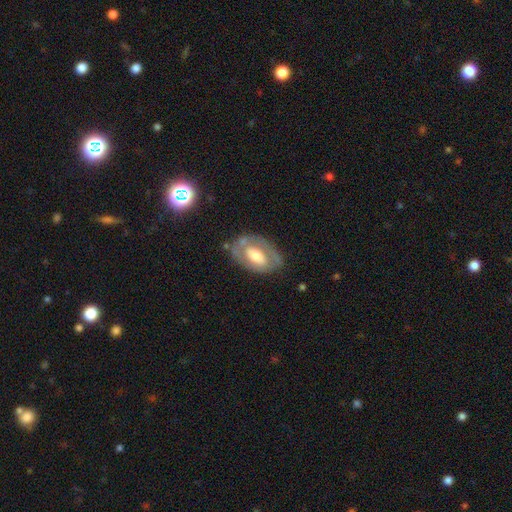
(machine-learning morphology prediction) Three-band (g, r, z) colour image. It shows a featured or disk galaxy (61%) with no bar (55%), no spiral arms (62%) and a moderate central bulge (57%). Merging: none (67%).